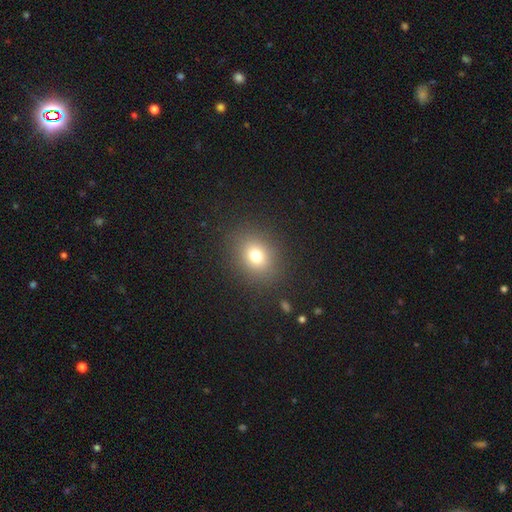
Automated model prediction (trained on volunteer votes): Morphology: type=smooth (74%); roundness=round (58%); merging=none (87%).